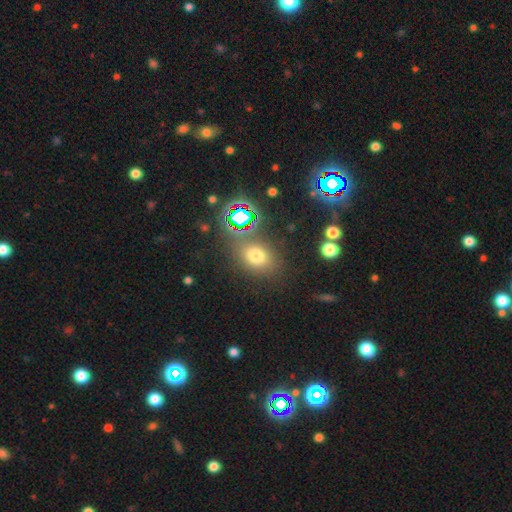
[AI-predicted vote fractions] smooth 66%, star or artifact 24%, featured or disk 10%. Down the decision tree: how rounded — in between (56%); merging — none (76%).